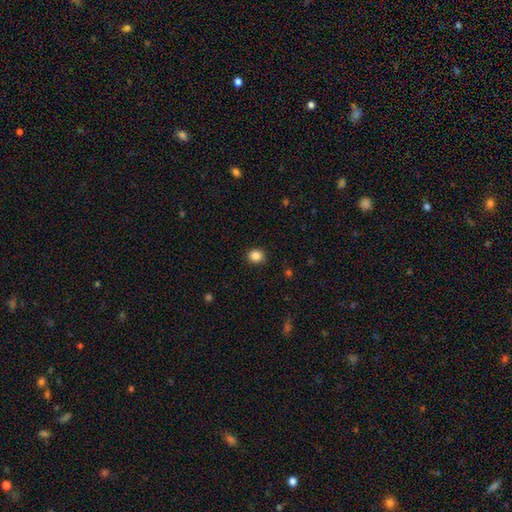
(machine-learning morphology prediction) Overall: smooth (86%). How rounded: round (77%). Merging: none (89%).